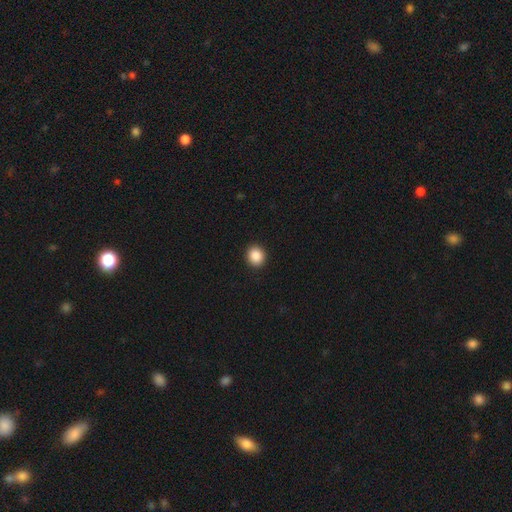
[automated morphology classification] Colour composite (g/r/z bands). It shows a smooth galaxy with no disk features (88%) that is round (84%). Merging: none (93%).